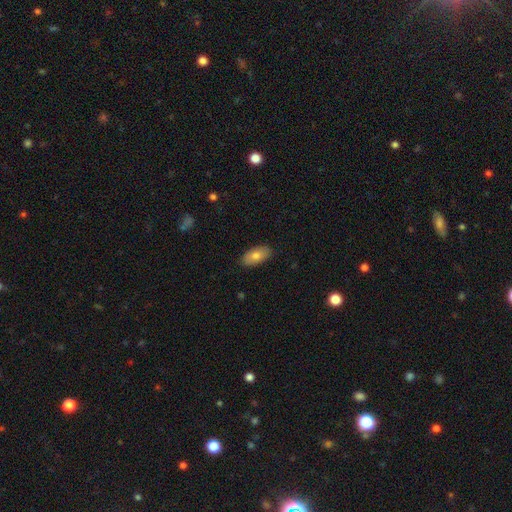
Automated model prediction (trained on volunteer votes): smooth 78%, featured or disk 15%, star or artifact 7%. Down the decision tree: how rounded — in between (92%); merging — none (88%).